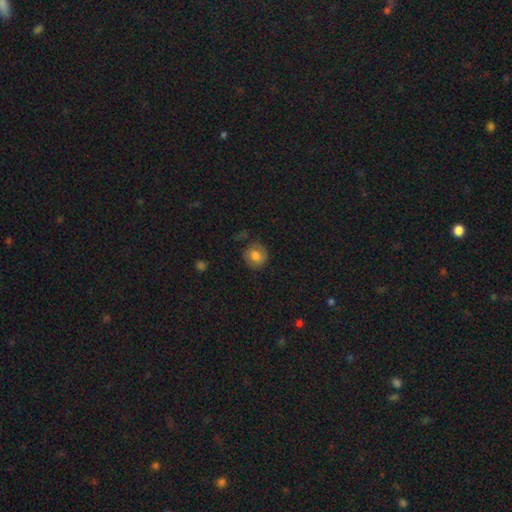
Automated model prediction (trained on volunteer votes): A smooth galaxy with no disk features (76%) that is round (87%).

Vote fractions:
- Smooth or featured? smooth: 76% / featured or disk: 15% / star or artifact: 9%
- How rounded? round: 87% / in between: 12% / cigar-shaped: 1%
- Merging? none: 80% / minor disturbance: 14% / major disturbance: 4% / merger: 2%